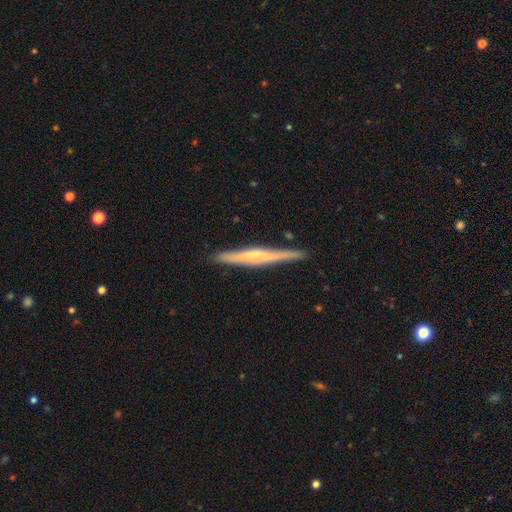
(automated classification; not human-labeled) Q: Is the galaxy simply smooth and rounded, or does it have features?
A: featured or disk — 63%.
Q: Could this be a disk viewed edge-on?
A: yes — 97%.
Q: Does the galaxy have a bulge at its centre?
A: none — 44%.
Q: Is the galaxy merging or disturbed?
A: none — 88%.